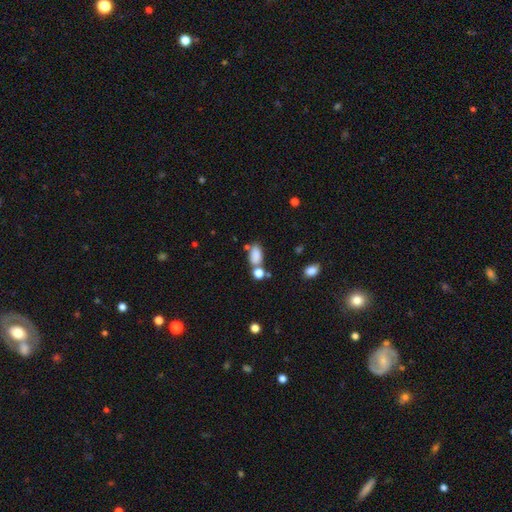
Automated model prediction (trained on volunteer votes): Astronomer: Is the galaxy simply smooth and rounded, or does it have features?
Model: smooth — 82%.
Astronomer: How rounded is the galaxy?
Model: in between — 87%.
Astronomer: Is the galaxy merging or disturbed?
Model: none — 49% (runner-up: merger, 29%).